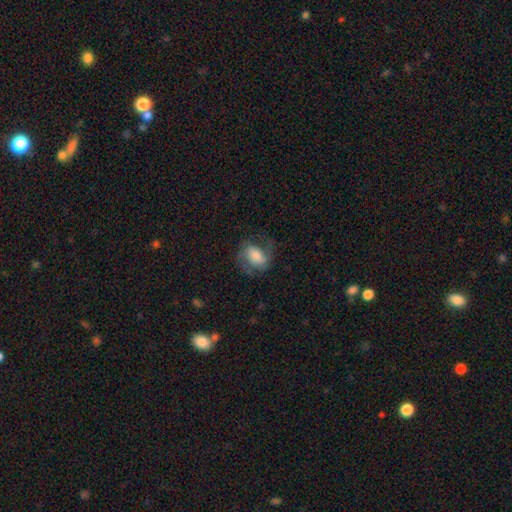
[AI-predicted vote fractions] Smooth or featured?
  - featured or disk: 49% *
  - smooth: 42%
  - star or artifact: 8%
Merging?
  - none: 61% *
  - minor disturbance: 21%
  - major disturbance: 17%
  - merger: 1%